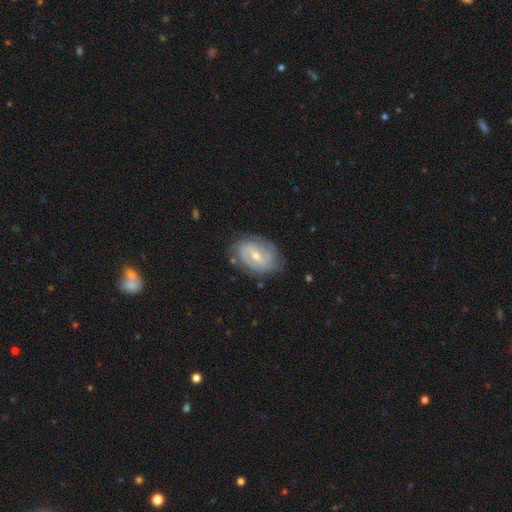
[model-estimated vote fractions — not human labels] Smooth or featured: featured or disk — 77% (smooth — 18%)
Edge-on disk: no — 96% (yes — 4%)
Bar: weak — 54% (no — 25%)
Spiral arms: yes — 85% (no — 15%)
Spiral winding: tight — 54% (medium — 33%)
Spiral arm count: 2 — 57% (can't tell — 26%)
Bulge size: moderate — 51% (small — 45%)
Merging: none — 73% (minor disturbance — 19%)